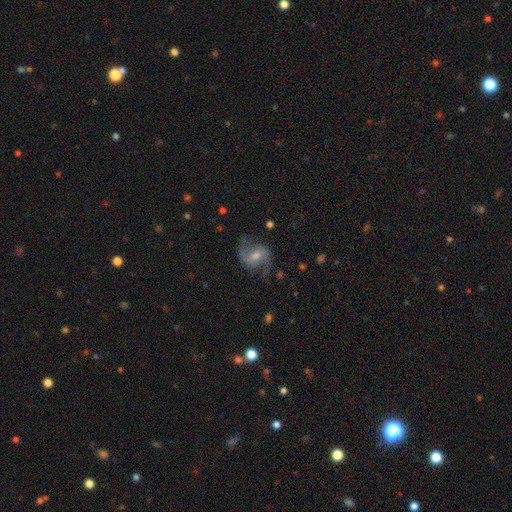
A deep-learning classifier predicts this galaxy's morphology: The model was most divided on "spiral winding": loose: 45%, medium: 43%, tight: 12%. Remaining: edge-on disk — no (97%); spiral arms — yes (95%); spiral arm count — 2 (91%); smooth or featured — featured or disk (81%); merging — none (77%); bulge size — moderate (55%); bar — weak (47%).